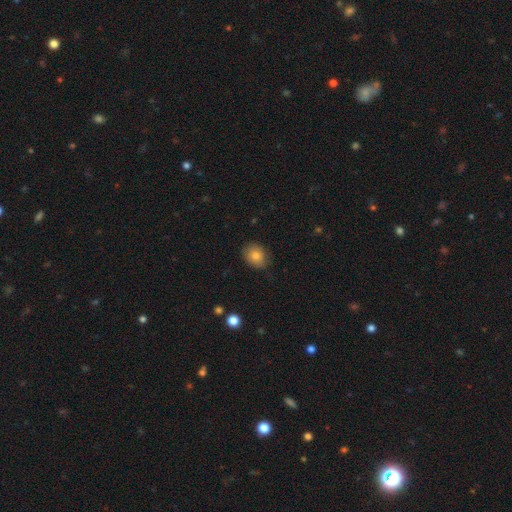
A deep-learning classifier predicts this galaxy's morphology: Q: Smooth or featured?
A: smooth (82%); runner-up: featured or disk (9%)
Q: How rounded?
A: in between (50%); runner-up: round (49%)
Q: Merging?
A: none (79%); runner-up: minor disturbance (16%)